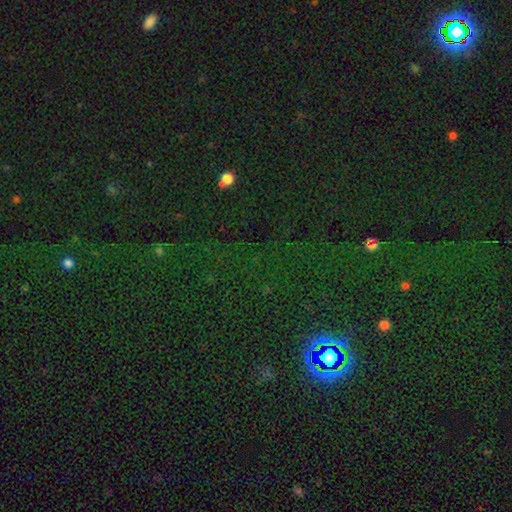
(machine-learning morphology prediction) star or artifact 80%, smooth 13%, featured or disk 7%.